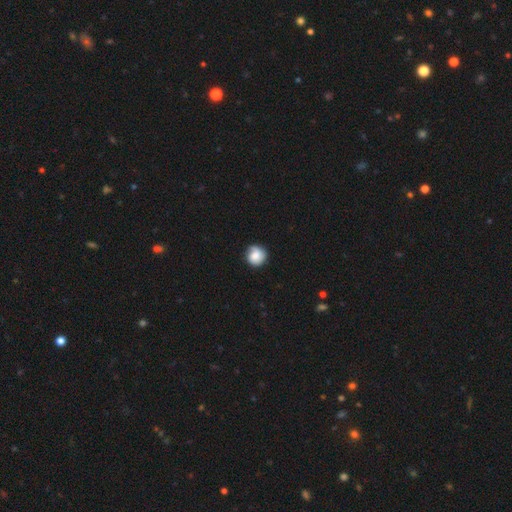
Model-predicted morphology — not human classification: The model was most divided on "merging": none: 70%, minor disturbance: 22%, major disturbance: 6%, merger: 2%. More confident: how rounded — round (91%); smooth or featured — smooth (75%).